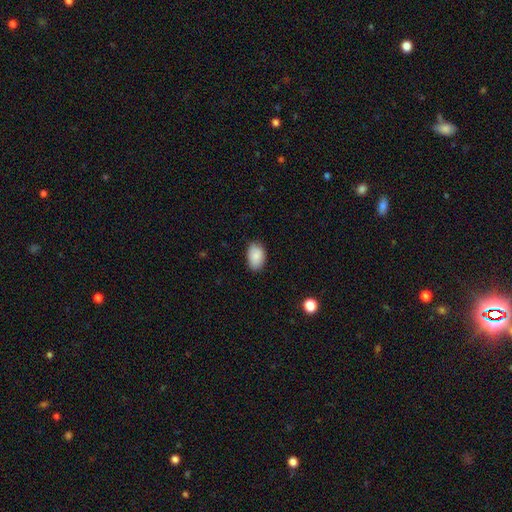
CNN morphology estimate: A smooth galaxy with no disk features (88%) that is in between round and cigar-shaped (89%). Merging: none (80%).